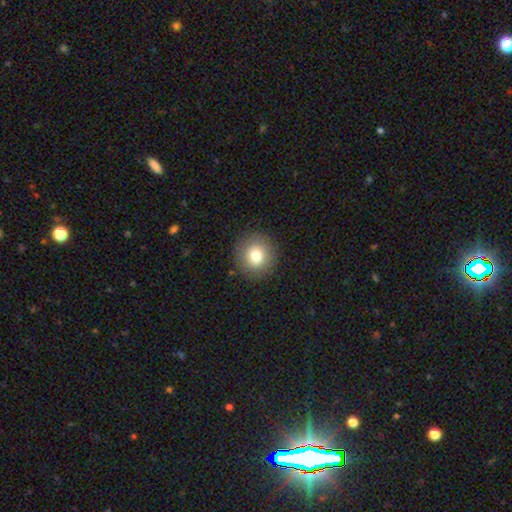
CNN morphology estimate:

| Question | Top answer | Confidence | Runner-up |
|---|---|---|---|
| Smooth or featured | smooth | 79% | featured or disk (11%) |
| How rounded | round | 91% | in between (8%) |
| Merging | none | 89% | minor disturbance (7%) |